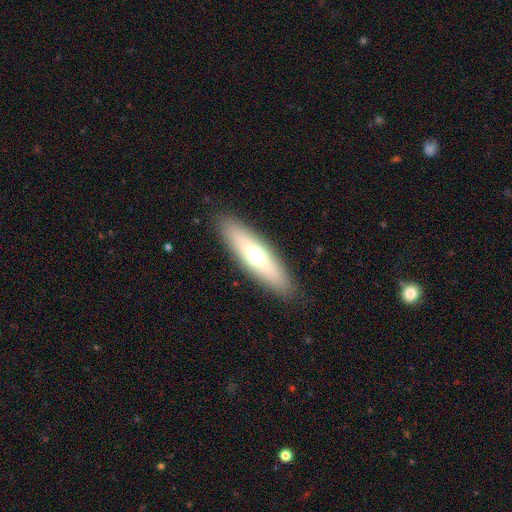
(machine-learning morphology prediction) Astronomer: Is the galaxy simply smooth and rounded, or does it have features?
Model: smooth — 58% (runner-up: featured or disk, 35%).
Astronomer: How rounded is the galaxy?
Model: cigar-shaped — 59% (runner-up: in between, 39%).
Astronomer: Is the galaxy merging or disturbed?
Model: none — 89%.